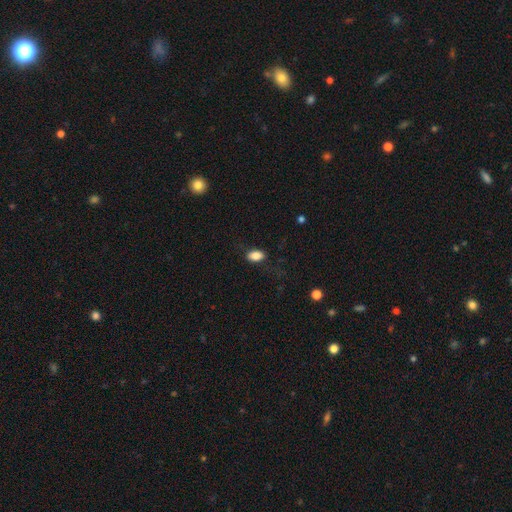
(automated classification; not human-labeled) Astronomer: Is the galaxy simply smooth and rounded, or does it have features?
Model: smooth — 85%.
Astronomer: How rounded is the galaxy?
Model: in between — 89%.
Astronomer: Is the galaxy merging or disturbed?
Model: none — 80%.